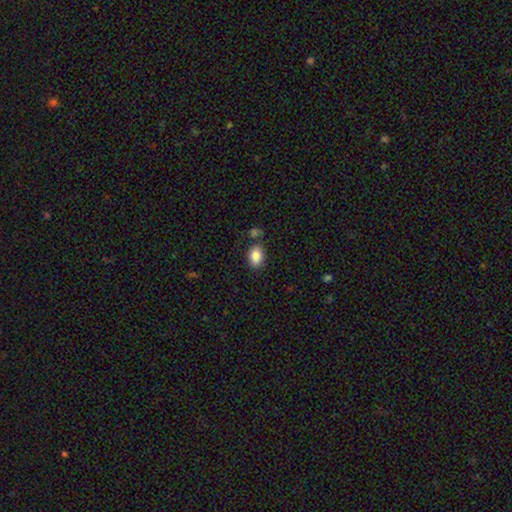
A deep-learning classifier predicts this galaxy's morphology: smooth 87%, star or artifact 8%, featured or disk 5%. Down the decision tree: how rounded — in between (85%); merging — none (74%).